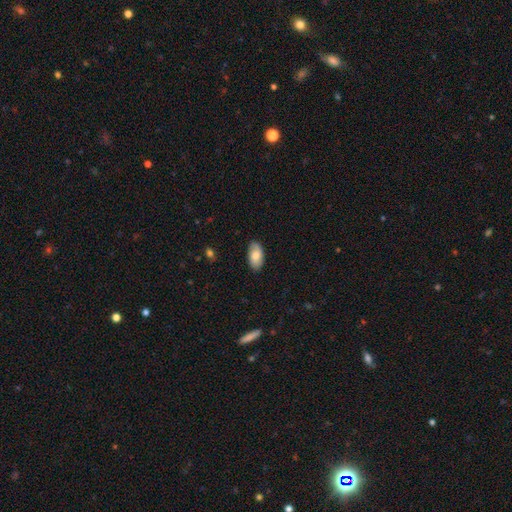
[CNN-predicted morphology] Smooth or featured? smooth (77%)
How rounded? in between (95%)
Merging? none (83%)